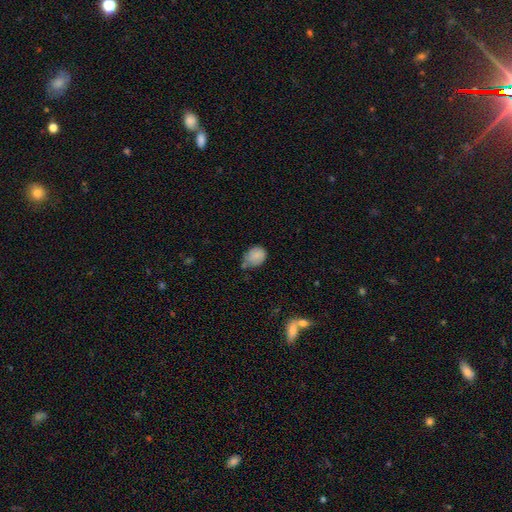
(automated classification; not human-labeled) smooth-or-featured: smooth: 83% | featured or disk: 9% | star or artifact: 9%
  how-rounded: in between: 52% | round: 47% | cigar-shaped: 1%
  merging: none: 42% | minor disturbance: 39% | major disturbance: 10% | merger: 9%